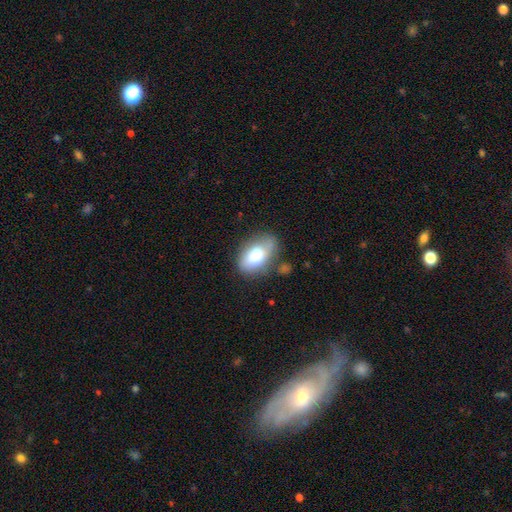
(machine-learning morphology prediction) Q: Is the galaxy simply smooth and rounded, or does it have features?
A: smooth — 73%.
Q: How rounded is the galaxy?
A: in between — 92%.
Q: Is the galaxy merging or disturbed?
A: none — 63%.